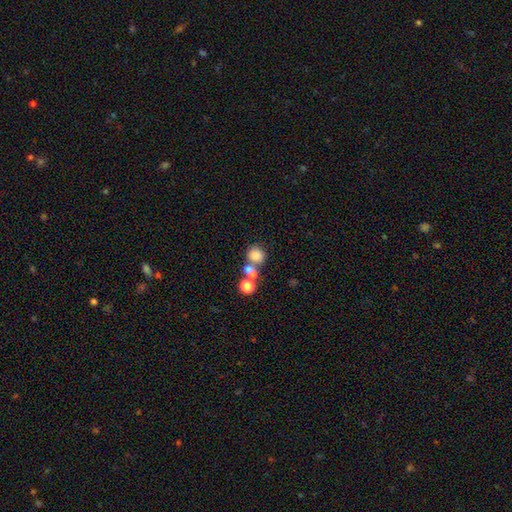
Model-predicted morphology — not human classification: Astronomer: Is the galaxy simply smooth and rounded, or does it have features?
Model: smooth — 75%.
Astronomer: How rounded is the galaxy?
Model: round — 76%.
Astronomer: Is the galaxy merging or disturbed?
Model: none — 44% (runner-up: merger, 40%).